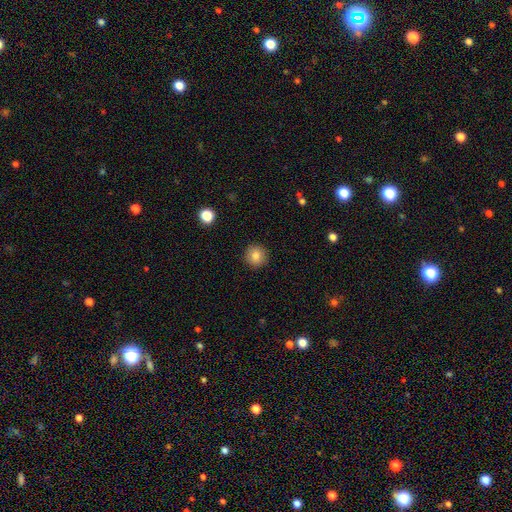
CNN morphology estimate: A smooth galaxy with no disk features (83%) that is round (94%). Merging: none (92%).